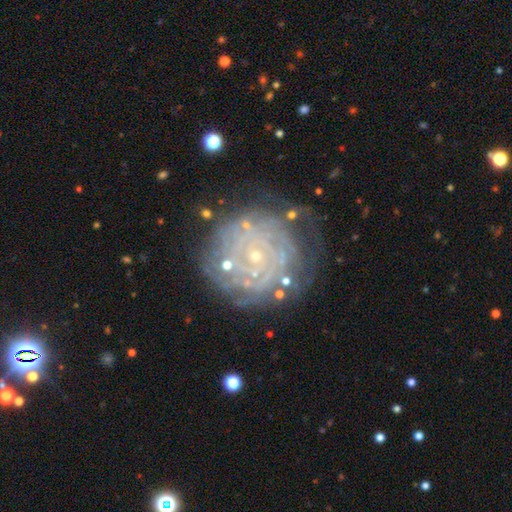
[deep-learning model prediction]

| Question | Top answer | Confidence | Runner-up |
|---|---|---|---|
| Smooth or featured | featured or disk | 80% | smooth (11%) |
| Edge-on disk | no | 98% | yes (2%) |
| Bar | no | 83% | weak (13%) |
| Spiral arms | yes | 84% | no (16%) |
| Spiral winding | tight | 83% | medium (13%) |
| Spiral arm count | can't tell | 48% | 4 (14%) |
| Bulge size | small | 85% | moderate (10%) |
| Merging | none | 68% | minor disturbance (19%) |